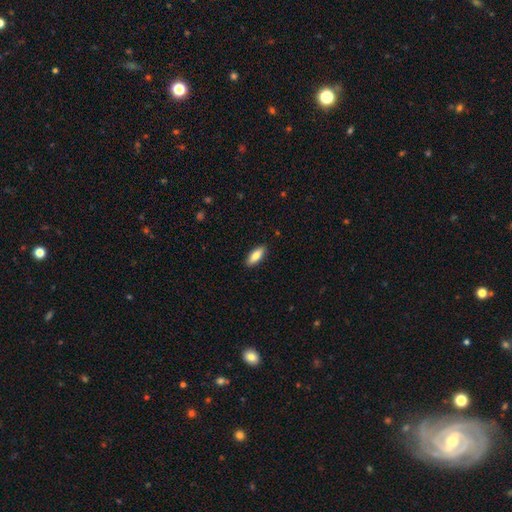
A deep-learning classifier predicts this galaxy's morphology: Smooth or featured? smooth (83%)
How rounded? in between (75%)
Merging? none (89%)